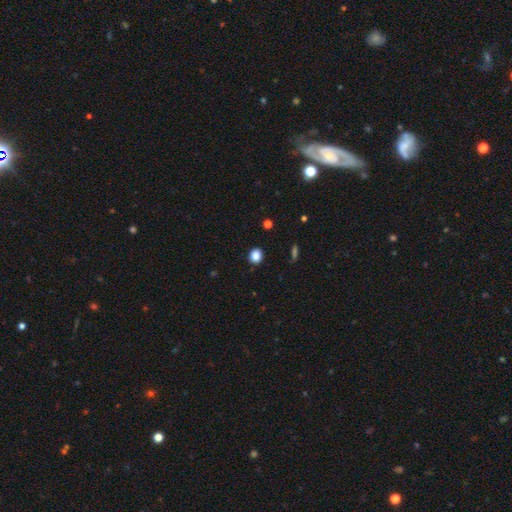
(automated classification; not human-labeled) Morphology: type=smooth (87%); roundness=round (73%); merging=none (89%).